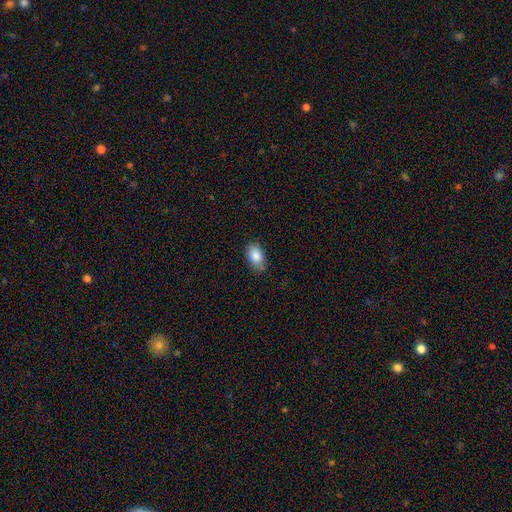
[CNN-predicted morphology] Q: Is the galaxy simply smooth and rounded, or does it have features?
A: smooth — 86%.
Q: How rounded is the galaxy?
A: in between — 89%.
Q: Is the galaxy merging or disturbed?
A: none — 79%.